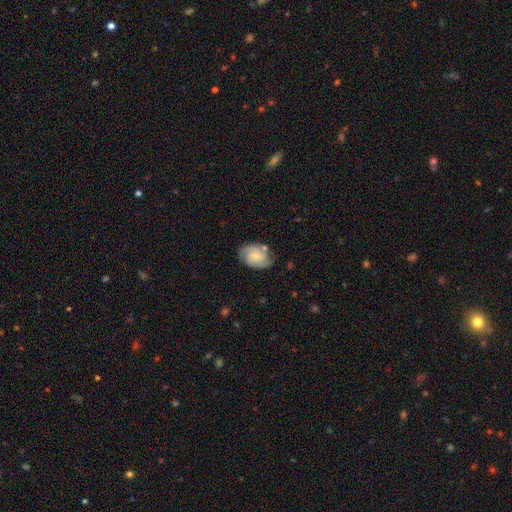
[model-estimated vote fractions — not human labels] A featured or disk galaxy (68%) with no bar (56%), 2 (60%) tight (45%) spiral arms (94%) and a small central bulge (63%). Merging: none (72%).